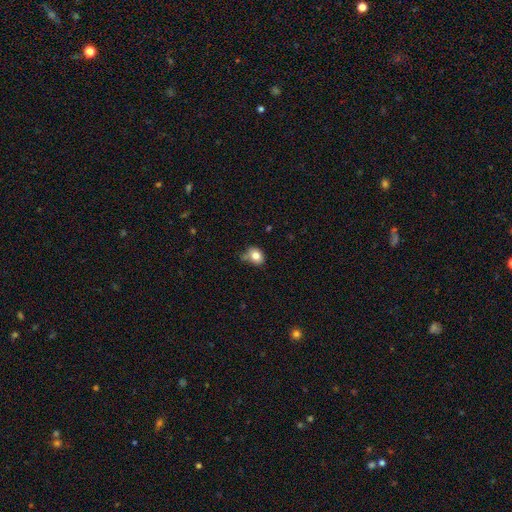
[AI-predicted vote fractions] Morphology: type=smooth (82%); roundness=round (50%); merging=none (57%).